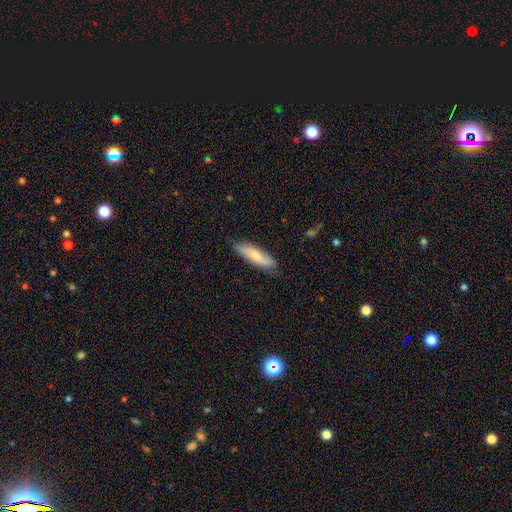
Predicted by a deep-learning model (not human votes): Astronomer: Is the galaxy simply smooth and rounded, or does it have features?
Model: smooth — 73%.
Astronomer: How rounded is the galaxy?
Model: cigar-shaped — 65%.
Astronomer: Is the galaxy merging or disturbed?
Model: none — 80%.